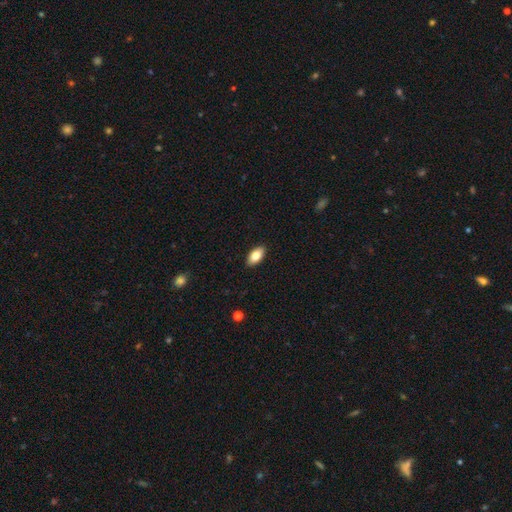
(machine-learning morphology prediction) Overall: smooth (81%). How rounded: in between (92%). Merging: none (90%).